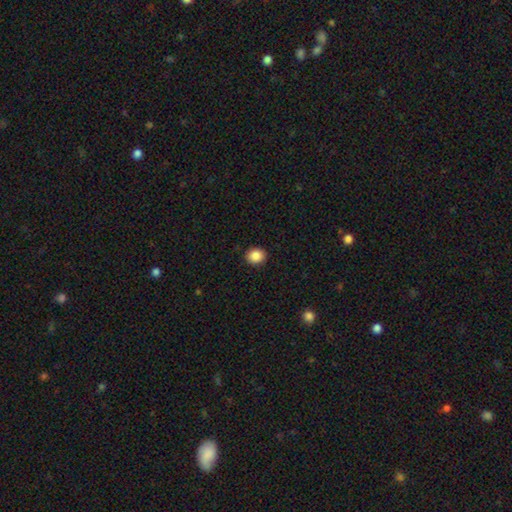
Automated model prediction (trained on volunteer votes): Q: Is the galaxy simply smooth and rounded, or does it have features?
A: smooth — 88%.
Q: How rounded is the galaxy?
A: round — 75%.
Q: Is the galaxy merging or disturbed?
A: none — 92%.